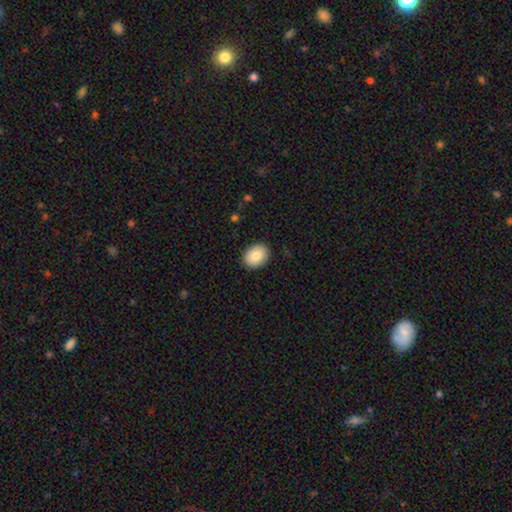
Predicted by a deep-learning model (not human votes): Overall: smooth (86%). How rounded: in between (66%; round 33%). Merging: none (90%).